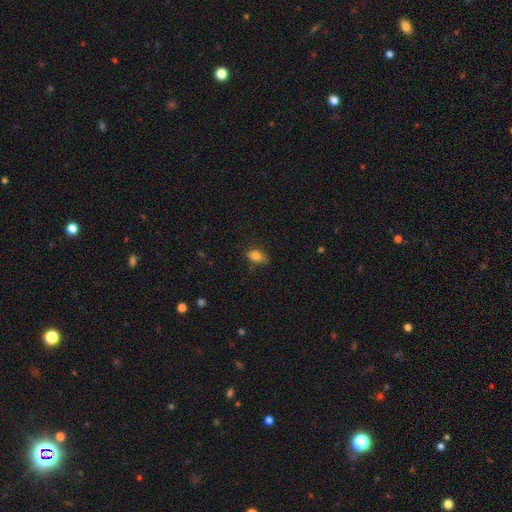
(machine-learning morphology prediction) A smooth galaxy with no disk features (83%) that is in between round and cigar-shaped (78%). Merging: none (68%).